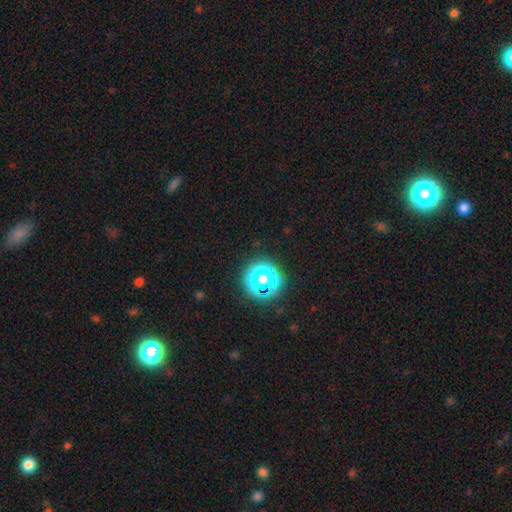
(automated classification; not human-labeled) smooth-or-featured: star or artifact: 48% | smooth: 47% | featured or disk: 5%